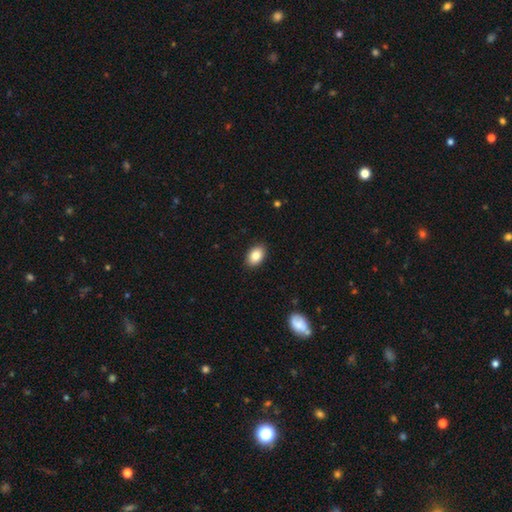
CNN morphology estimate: Smooth or featured? Predicted: smooth (p=0.85). How rounded? Predicted: in between (p=0.87). Merging? Predicted: none (p=0.89).